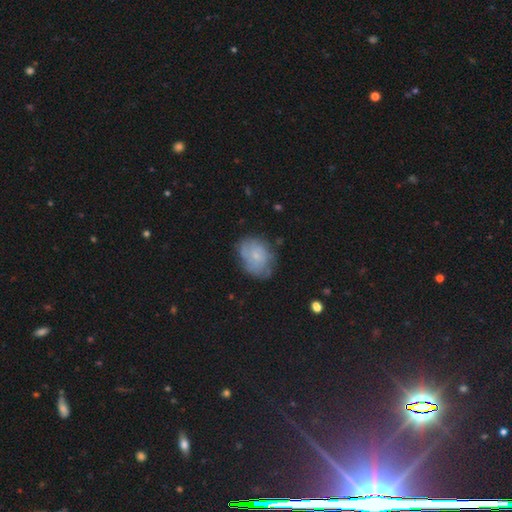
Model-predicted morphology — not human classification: Smooth or featured?
  - featured or disk: 48% *
  - smooth: 44%
  - star or artifact: 8%
Merging?
  - none: 64% *
  - minor disturbance: 25%
  - major disturbance: 10%
  - merger: 2%